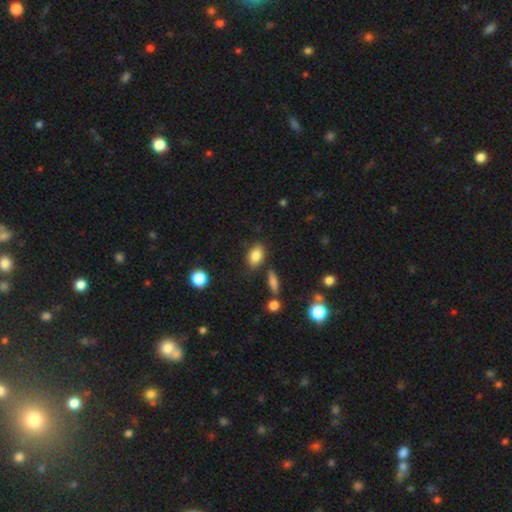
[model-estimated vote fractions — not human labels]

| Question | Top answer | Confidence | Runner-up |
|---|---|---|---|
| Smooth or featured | smooth | 84% | star or artifact (9%) |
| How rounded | in between | 82% | round (15%) |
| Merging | none | 78% | minor disturbance (13%) |